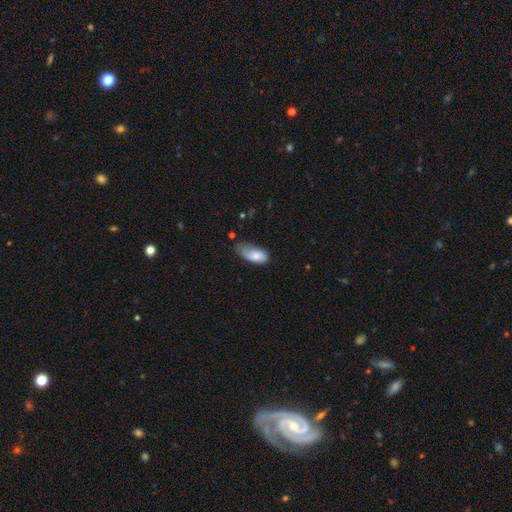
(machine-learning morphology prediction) A smooth galaxy with no disk features (78%) that is in between round and cigar-shaped (90%).

Vote fractions:
- Smooth or featured? smooth: 78% / featured or disk: 15% / star or artifact: 7%
- How rounded? in between: 90% / cigar-shaped: 7% / round: 3%
- Merging? minor disturbance: 42% / none: 34% / major disturbance: 20% / merger: 4%